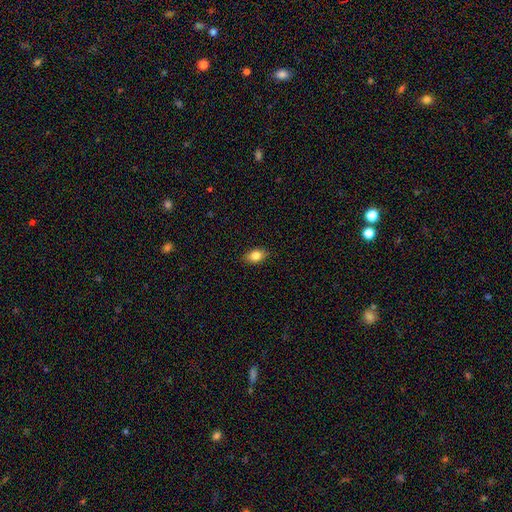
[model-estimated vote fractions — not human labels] The model was most divided on "how rounded": in between: 83%, round: 15%, cigar-shaped: 2%. More confident: merging — none (88%); smooth or featured — smooth (84%).